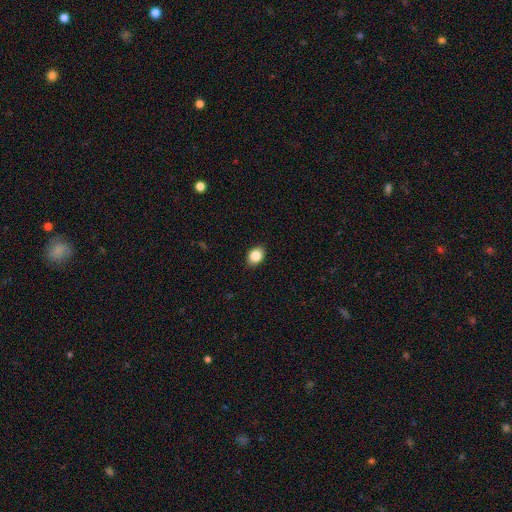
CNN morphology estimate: Smooth or featured? smooth (85%)
How rounded? in between (62%)
Merging? none (88%)